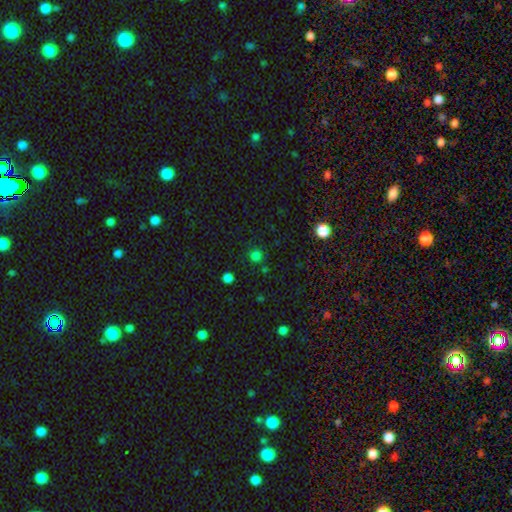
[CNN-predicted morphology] Smooth or featured?
  - smooth: 75% *
  - star or artifact: 20%
  - featured or disk: 4%
How rounded?
  - round: 92% *
  - in between: 7%
  - cigar-shaped: 1%
Merging?
  - none: 83% *
  - minor disturbance: 10%
  - merger: 4%
  - major disturbance: 3%